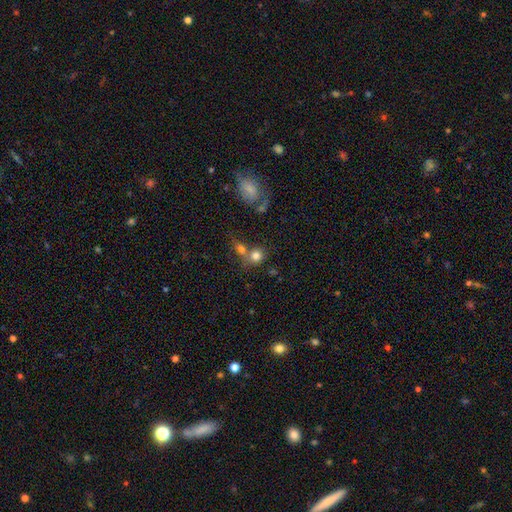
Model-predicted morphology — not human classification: Smooth or featured? Predicted: smooth (p=0.78). How rounded? Predicted: round (p=0.77). Merging? Predicted: none (p=0.45).